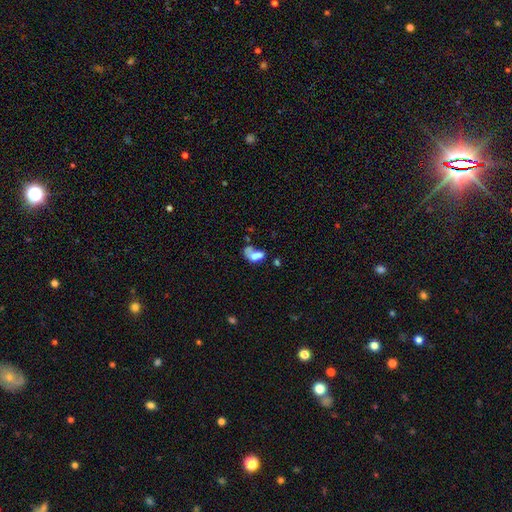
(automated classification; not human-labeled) smooth-or-featured: smooth: 64% | featured or disk: 24% | star or artifact: 13%
  how-rounded: in between: 84% | round: 11% | cigar-shaped: 4%
  merging: merger: 38% | major disturbance: 28% | none: 20% | minor disturbance: 15%